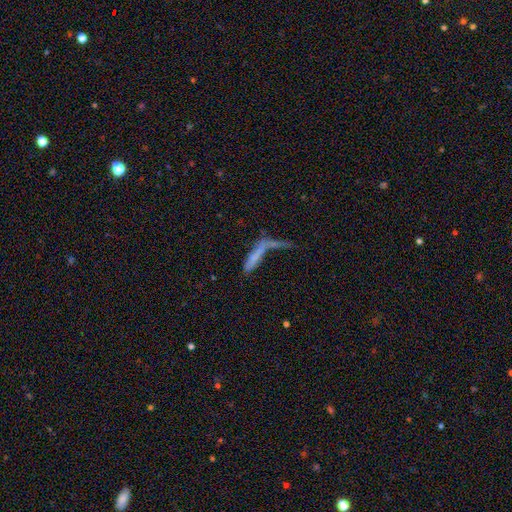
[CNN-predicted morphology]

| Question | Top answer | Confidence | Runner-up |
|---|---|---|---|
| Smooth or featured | smooth | 56% | featured or disk (31%) |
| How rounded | cigar-shaped | 80% | in between (17%) |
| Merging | merger | 39% | none (25%) |